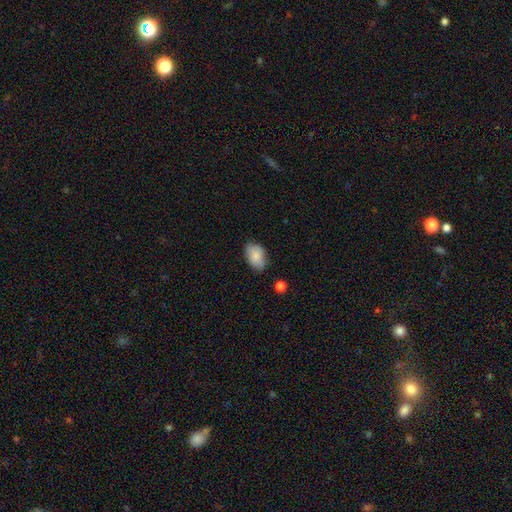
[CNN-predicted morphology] type=smooth (84%); roundness=in between (87%); merging=none (74%).